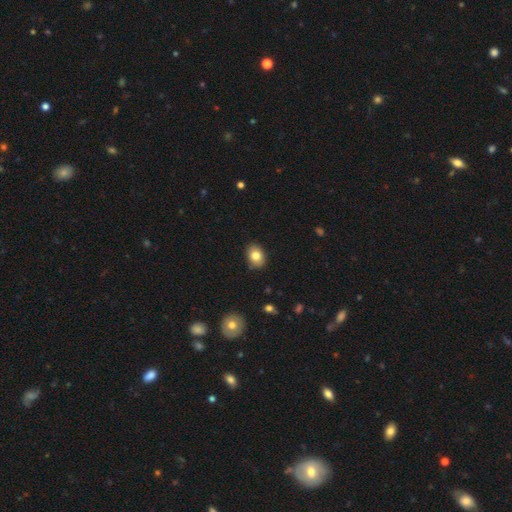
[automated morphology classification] smooth-or-featured: smooth: 81% | featured or disk: 10% | star or artifact: 9%
  how-rounded: in between: 64% | round: 35% | cigar-shaped: 1%
  merging: none: 85% | minor disturbance: 11% | major disturbance: 2% | merger: 1%